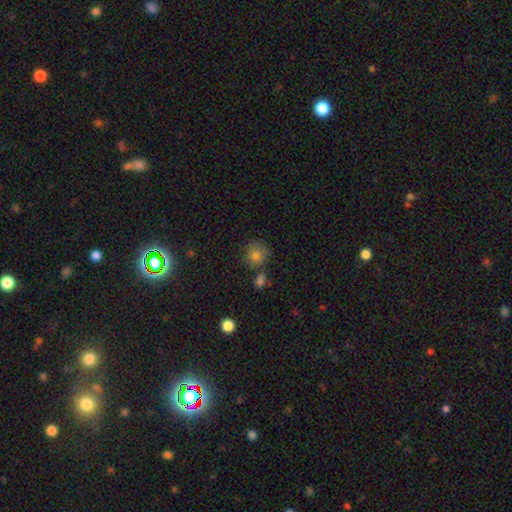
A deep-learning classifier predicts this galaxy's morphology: A smooth galaxy with no disk features (76%) that is round (89%). Merging: none (70%).